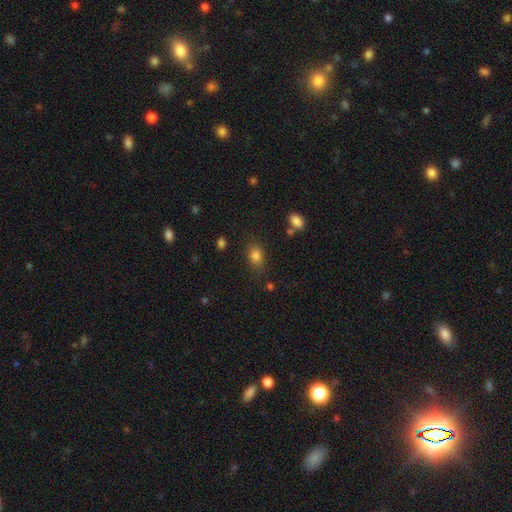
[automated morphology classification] Smooth or featured? Predicted: smooth (p=0.82). How rounded? Predicted: in between (p=0.67). Merging? Predicted: none (p=0.77).